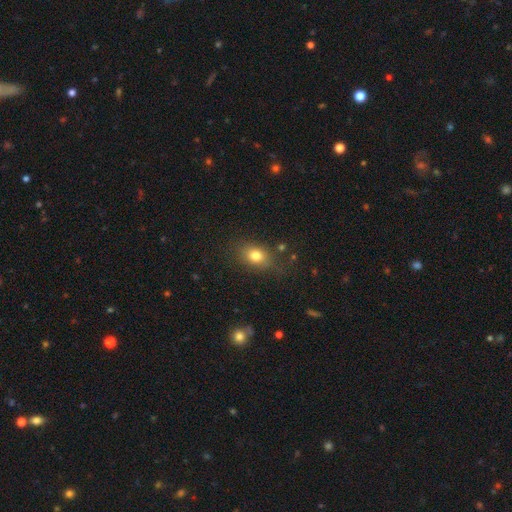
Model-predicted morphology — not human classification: Smooth or featured? Predicted: smooth (p=0.78). How rounded? Predicted: in between (p=0.63). Merging? Predicted: none (p=0.74).